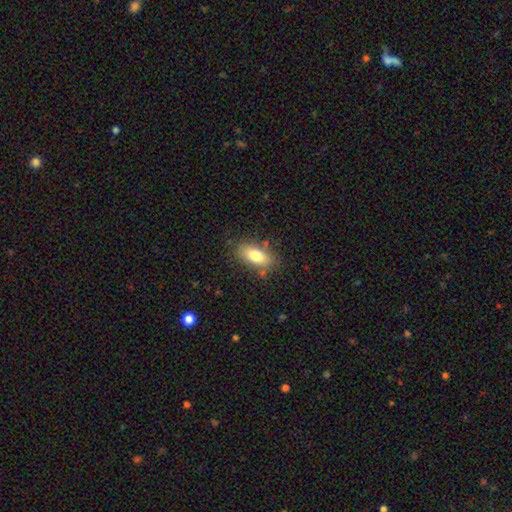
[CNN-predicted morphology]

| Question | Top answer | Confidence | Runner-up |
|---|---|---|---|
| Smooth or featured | smooth | 77% | featured or disk (15%) |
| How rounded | in between | 86% | cigar-shaped (10%) |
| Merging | none | 80% | minor disturbance (14%) |